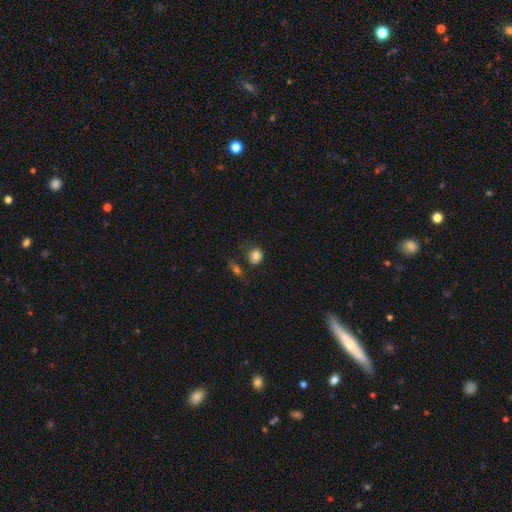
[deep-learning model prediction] smooth_or_featured: smooth (p=0.83) [alt: star or artifact p=0.10]
how_rounded: round (p=0.67) [alt: in between p=0.31]
merging: none (p=0.63) [alt: minor disturbance p=0.21]